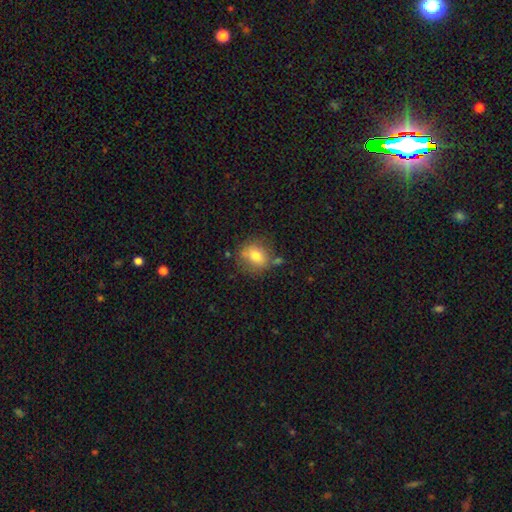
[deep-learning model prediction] This is likely a smooth galaxy (74%). How rounded: likely round (66%). Merging: likely none (68%).